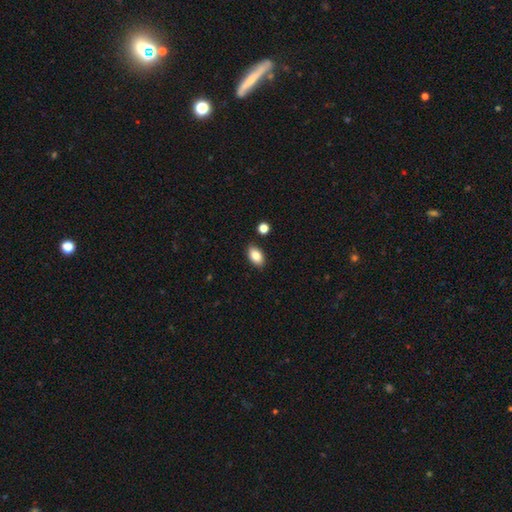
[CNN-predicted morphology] smooth 84%, star or artifact 8%, featured or disk 8%. Down the decision tree: how rounded — in between (91%); merging — none (86%).